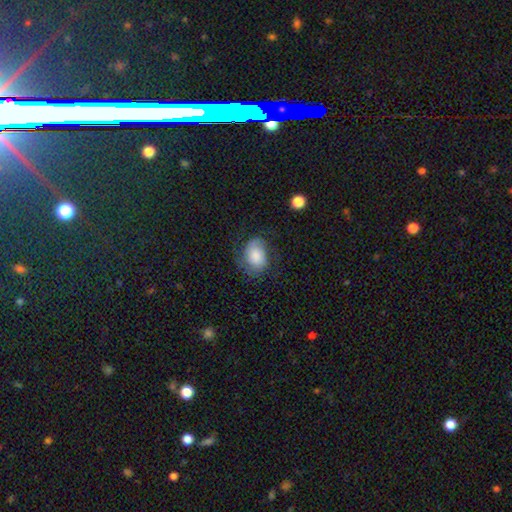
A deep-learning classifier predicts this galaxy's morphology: Smooth or featured: smooth — 71% (featured or disk — 21%)
How rounded: in between — 71% (round — 28%)
Merging: none — 58% (minor disturbance — 25%)